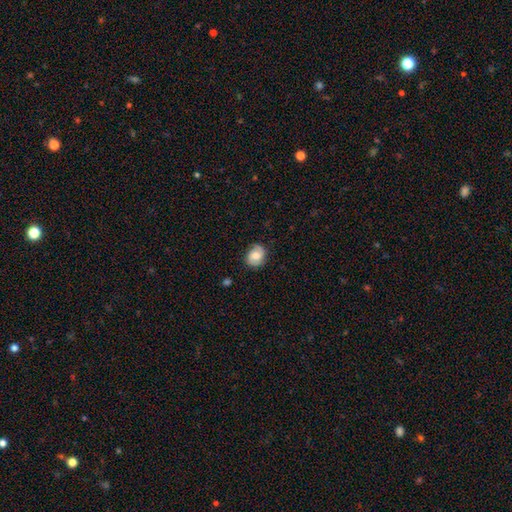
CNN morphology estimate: This is possibly a smooth galaxy (56%). How rounded: possibly round (55%). Merging: likely none (78%).